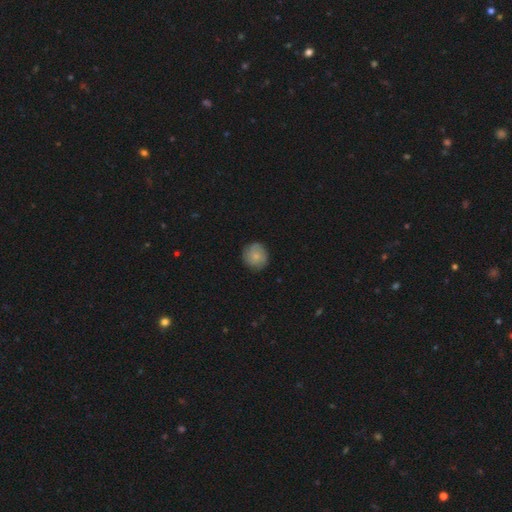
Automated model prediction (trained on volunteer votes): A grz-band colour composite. It shows a smooth galaxy with no disk features (70%) that is round (90%). Merging: none (83%).